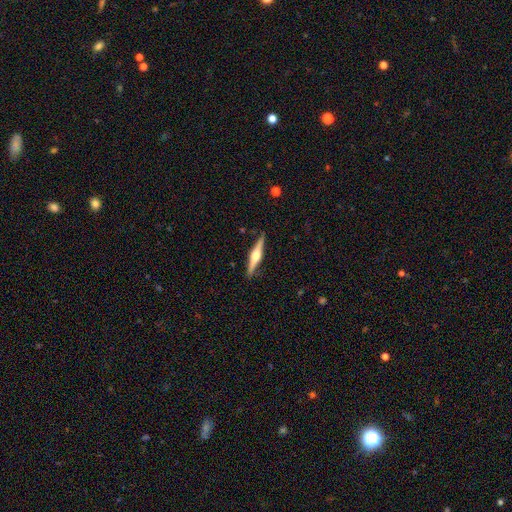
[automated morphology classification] Smooth or featured? Predicted: featured or disk (p=0.76). Edge-on disk? Predicted: yes (p=0.98). Edge-on bulge? Predicted: rounded (p=0.93). Merging? Predicted: none (p=0.89).